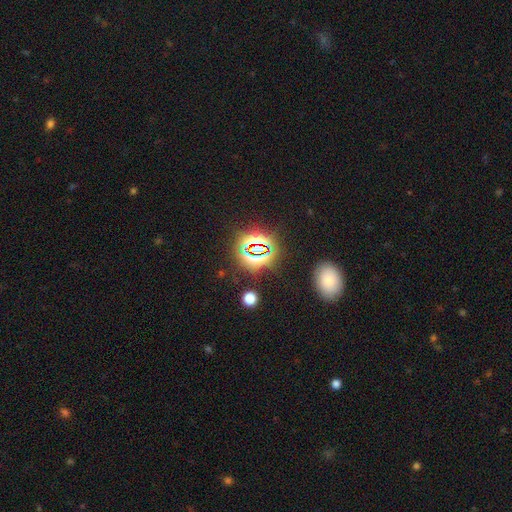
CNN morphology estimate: smooth_or_featured: star or artifact (p=0.77) [alt: smooth p=0.15]